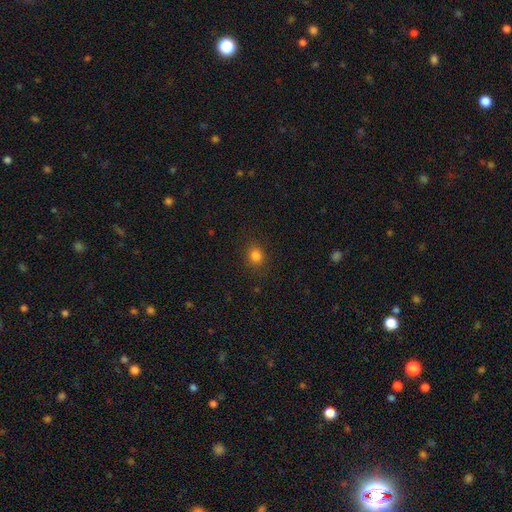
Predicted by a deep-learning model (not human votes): The model was most divided on "how rounded": round: 77%, in between: 22%, cigar-shaped: 1%. More confident: merging — none (88%); smooth or featured — smooth (82%).